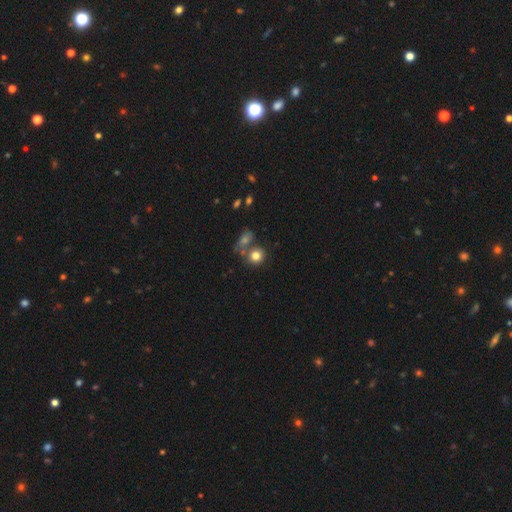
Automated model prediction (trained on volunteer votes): Q: Smooth or featured?
A: smooth (79%); runner-up: star or artifact (12%)
Q: How rounded?
A: round (82%); runner-up: in between (17%)
Q: Merging?
A: none (55%); runner-up: merger (29%)